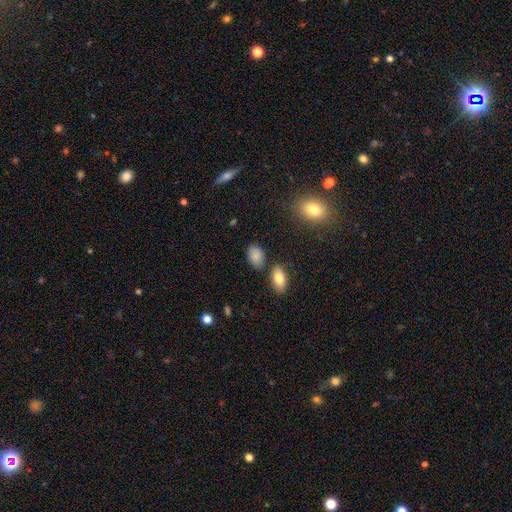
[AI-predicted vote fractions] Morphology: type=smooth (84%); roundness=in between (81%); merging=none (77%).